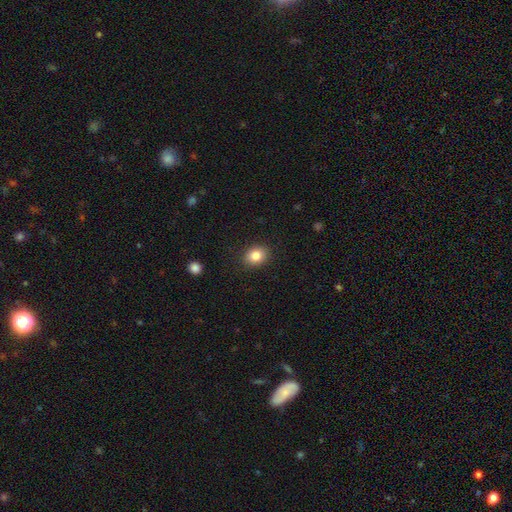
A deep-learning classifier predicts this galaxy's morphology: This is clearly a smooth galaxy (85%). How rounded: possibly round (50%). Merging: clearly none (89%).